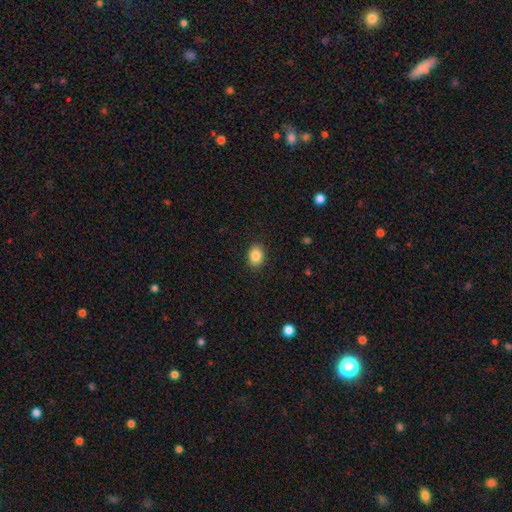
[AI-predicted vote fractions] smooth_or_featured: smooth (p=0.87) [alt: star or artifact p=0.09]
how_rounded: in between (p=0.66) [alt: round p=0.33]
merging: none (p=0.90) [alt: minor disturbance p=0.07]